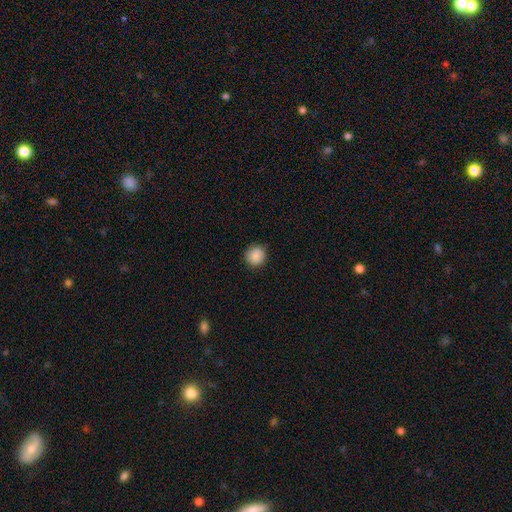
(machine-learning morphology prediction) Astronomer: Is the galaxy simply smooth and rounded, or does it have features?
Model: smooth — 88%.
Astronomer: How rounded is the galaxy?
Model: round — 94%.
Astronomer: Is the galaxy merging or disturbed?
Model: none — 90%.